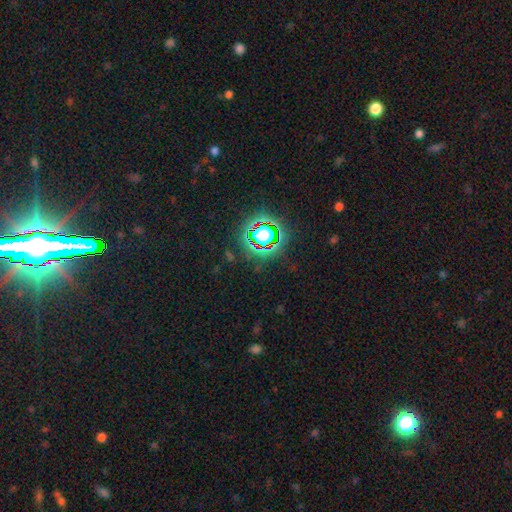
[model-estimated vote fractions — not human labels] A star or artifact, not a galaxy (82%).

Vote fractions:
- Smooth or featured? star or artifact: 82% / smooth: 11% / featured or disk: 8%